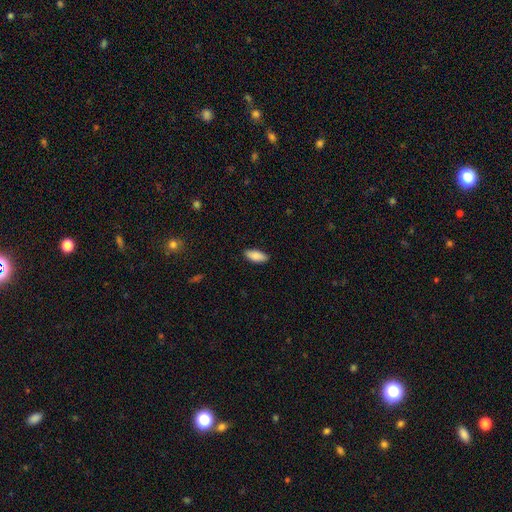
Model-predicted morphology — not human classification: This is clearly a smooth galaxy (88%). How rounded: clearly in between (83%). Merging: clearly none (88%).